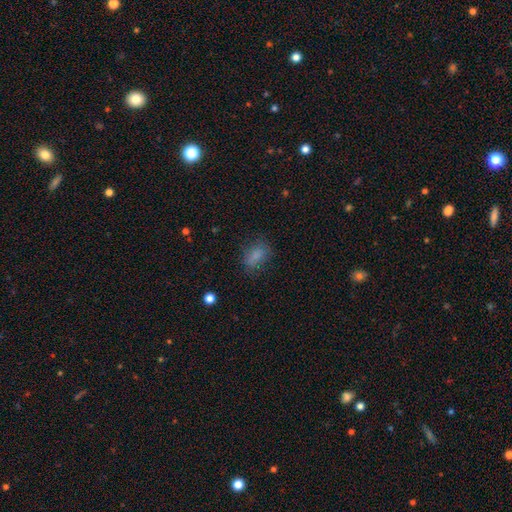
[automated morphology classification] This is likely a smooth galaxy (79%). How rounded: clearly in between (82%). Merging: likely none (73%).